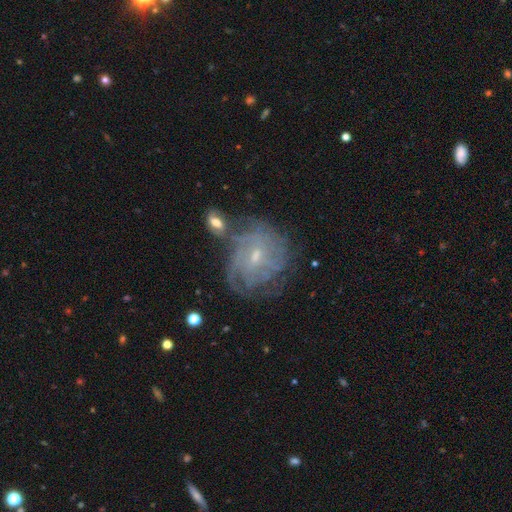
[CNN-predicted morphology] smooth_or_featured: featured or disk (p=0.77) [alt: smooth p=0.13]
disk_edge_on: no (p=0.97) [alt: yes p=0.03]
bar: weak (p=0.48) [alt: no p=0.44]
has_spiral_arms: yes (p=0.88) [alt: no p=0.12]
spiral_winding: tight (p=0.62) [alt: medium p=0.28]
spiral_arm_count: can't tell (p=0.50) [alt: 4 p=0.16]
bulge_size: small (p=0.66) [alt: moderate p=0.28]
merging: none (p=0.57) [alt: minor disturbance p=0.20]